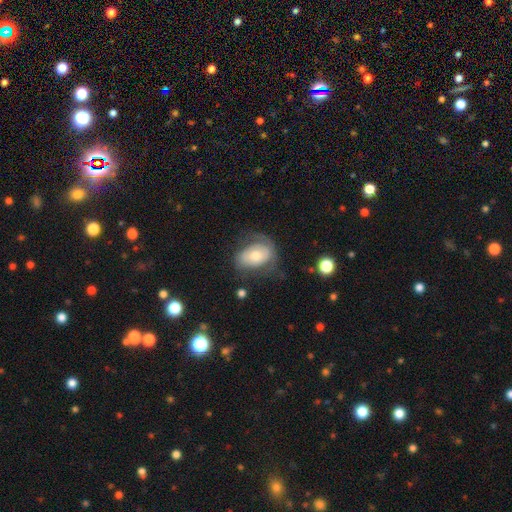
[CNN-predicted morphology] The model was most divided on "smooth or featured": smooth: 50%, featured or disk: 42%, star or artifact: 8%. More confident: how rounded — in between (80%); merging — none (51%).